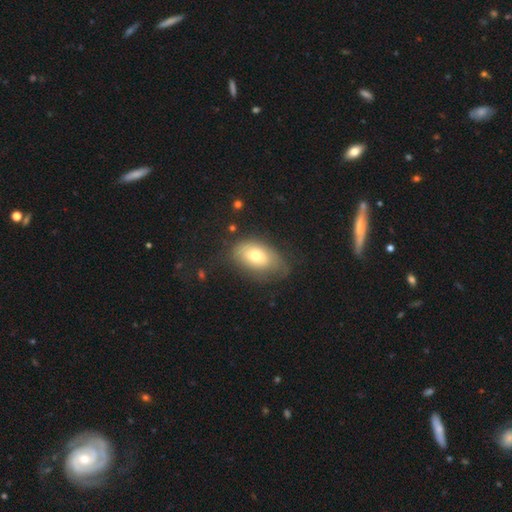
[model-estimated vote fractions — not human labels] smooth 66%, featured or disk 26%, star or artifact 8%. Down the decision tree: how rounded — in between (90%); merging — none (57%).